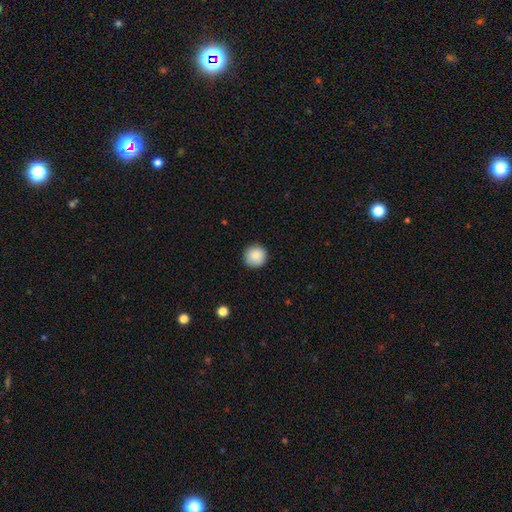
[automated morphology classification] This appears to be a smooth galaxy with no disk features (87%) that is round (95%). Merging: none (91%).